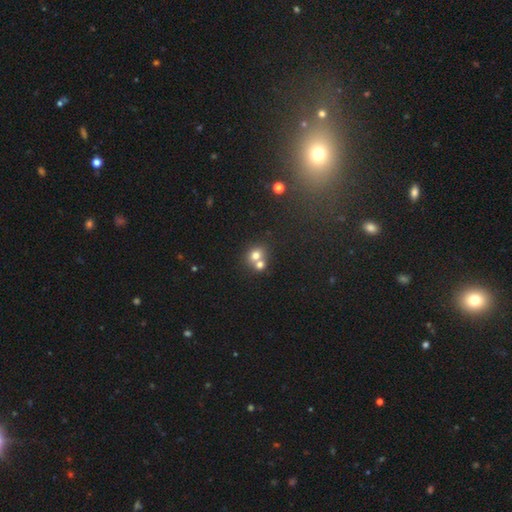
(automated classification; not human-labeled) Morphology: type=smooth (73%); roundness=round (73%); merging=merger (55%).